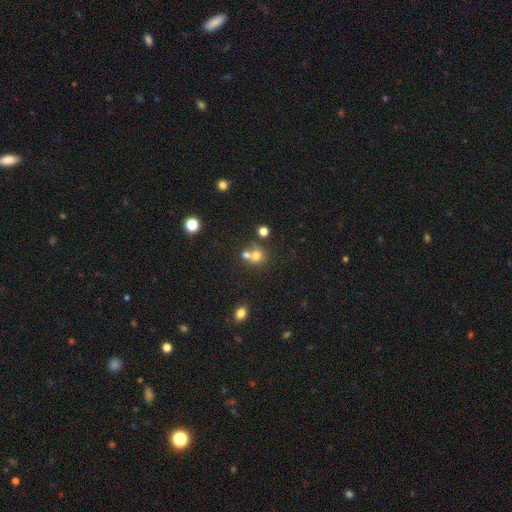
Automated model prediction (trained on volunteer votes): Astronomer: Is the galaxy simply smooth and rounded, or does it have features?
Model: smooth — 70%.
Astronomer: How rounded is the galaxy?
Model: round — 78%.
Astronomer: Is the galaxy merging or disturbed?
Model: merger — 49% (runner-up: none, 39%).